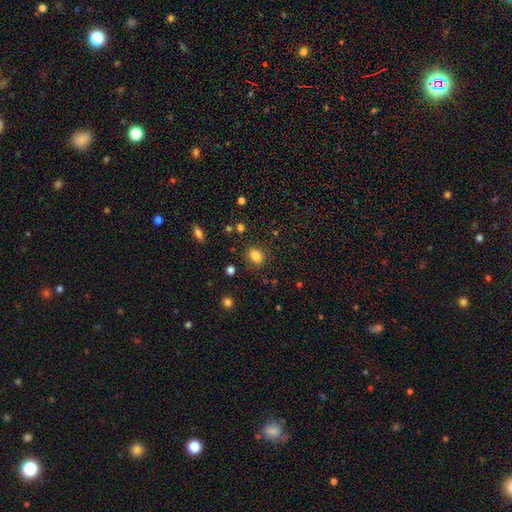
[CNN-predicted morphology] This is clearly a smooth galaxy (83%). How rounded: likely in between (70%). Merging: clearly none (83%).